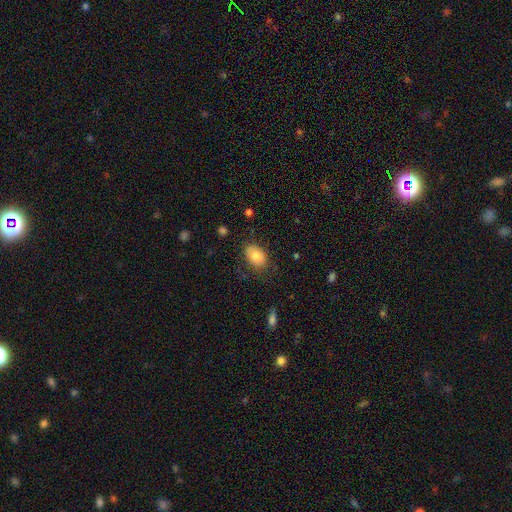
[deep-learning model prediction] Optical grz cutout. It shows a smooth galaxy with no disk features (79%) that is in between round and cigar-shaped (83%). Merging: none (73%).